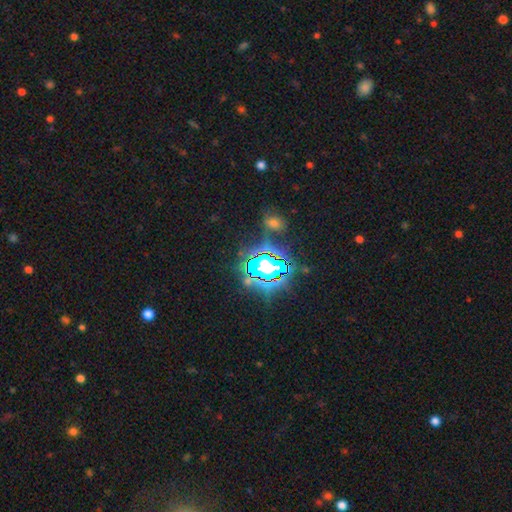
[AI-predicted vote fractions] smooth_or_featured: star or artifact (p=0.83) [alt: smooth p=0.10]